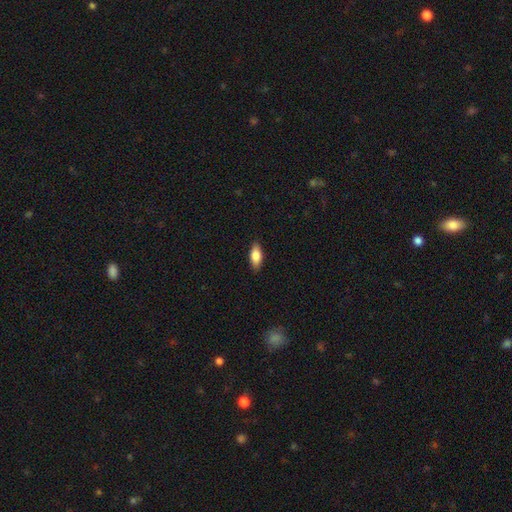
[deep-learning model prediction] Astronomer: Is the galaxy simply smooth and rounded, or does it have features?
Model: smooth — 81%.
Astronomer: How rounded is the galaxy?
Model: in between — 82%.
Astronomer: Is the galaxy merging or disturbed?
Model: none — 88%.